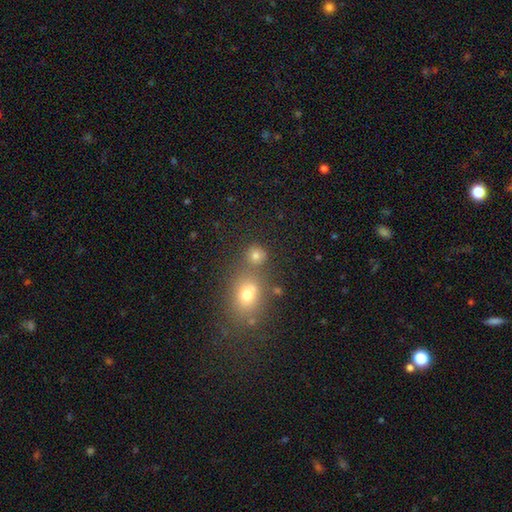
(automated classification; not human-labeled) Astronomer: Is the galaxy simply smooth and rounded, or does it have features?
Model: smooth — 75%.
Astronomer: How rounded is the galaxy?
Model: round — 83%.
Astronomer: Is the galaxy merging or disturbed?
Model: none — 65%.